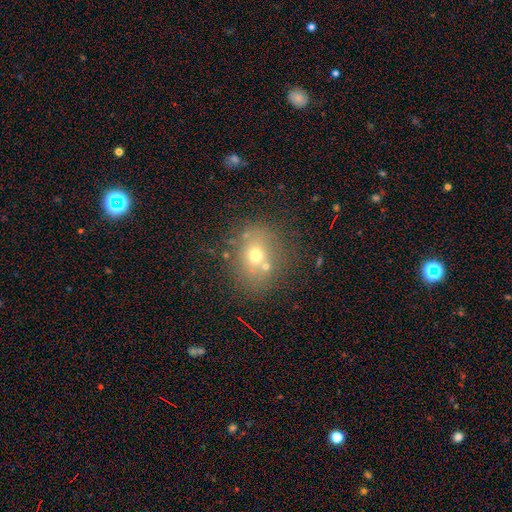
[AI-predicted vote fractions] smooth_or_featured: smooth (p=0.61) [alt: featured or disk p=0.21]
how_rounded: round (p=0.65) [alt: in between p=0.34]
merging: none (p=0.68) [alt: merger p=0.13]